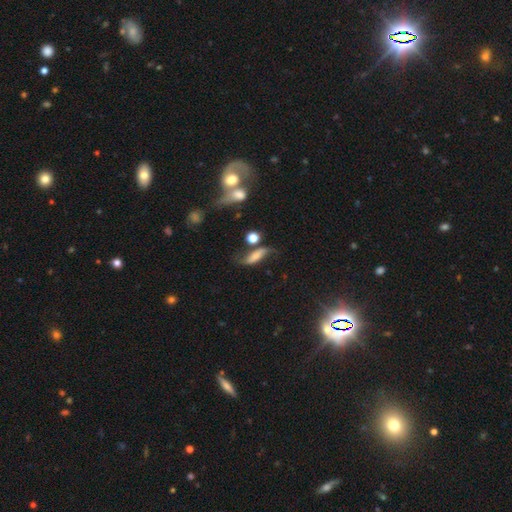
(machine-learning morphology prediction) type=featured or disk (51%); edge-on=no (78%); merging=none (48%).